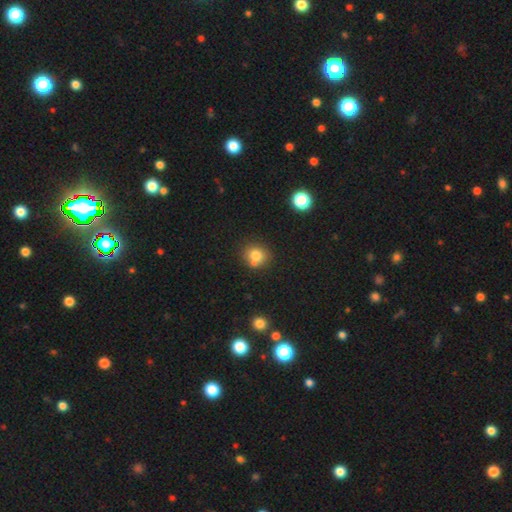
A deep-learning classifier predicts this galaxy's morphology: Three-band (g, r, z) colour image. It shows a smooth galaxy with no disk features (76%) that is round (82%). Merging: none (63%).